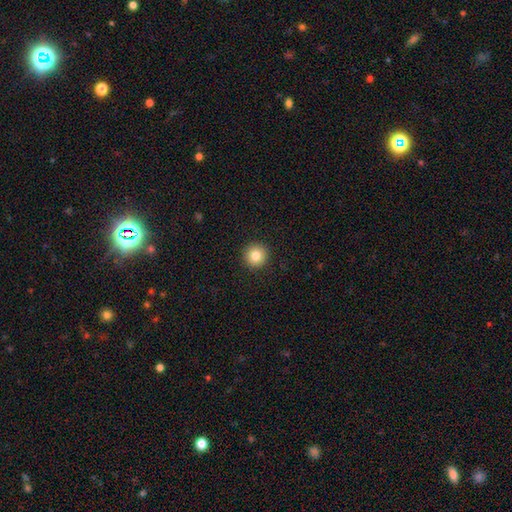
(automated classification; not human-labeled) This appears to be a smooth galaxy with no disk features (83%) that is round (96%). Merging: none (93%).